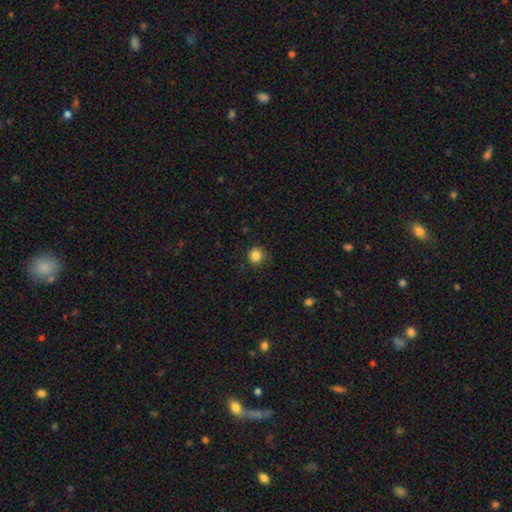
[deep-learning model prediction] Smooth or featured? smooth (85%)
How rounded? round (92%)
Merging? none (87%)